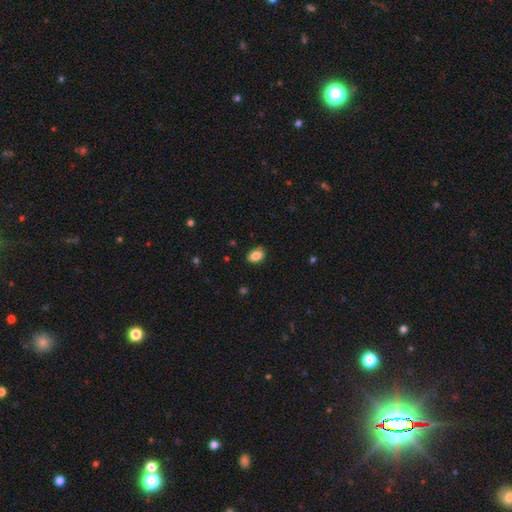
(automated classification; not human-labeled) smooth 86%, star or artifact 8%, featured or disk 5%. Down the decision tree: how rounded — in between (85%); merging — none (84%).